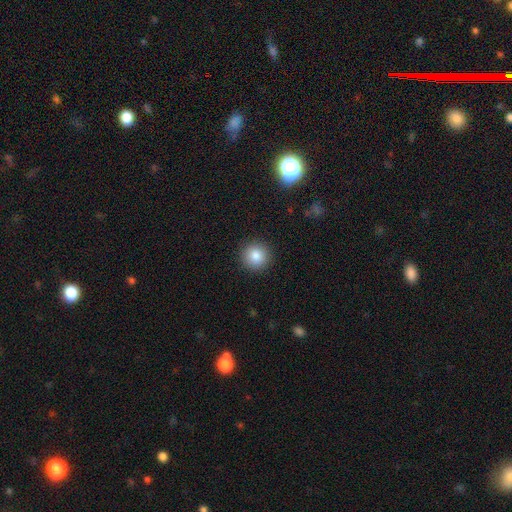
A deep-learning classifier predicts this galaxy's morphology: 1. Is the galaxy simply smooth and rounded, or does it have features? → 85% smooth, 9% star or artifact, 5% featured or disk.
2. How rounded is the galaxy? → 95% round, 4% in between, 1% cigar-shaped.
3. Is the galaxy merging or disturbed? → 92% none, 5% minor disturbance, 2% major disturbance, 1% merger.